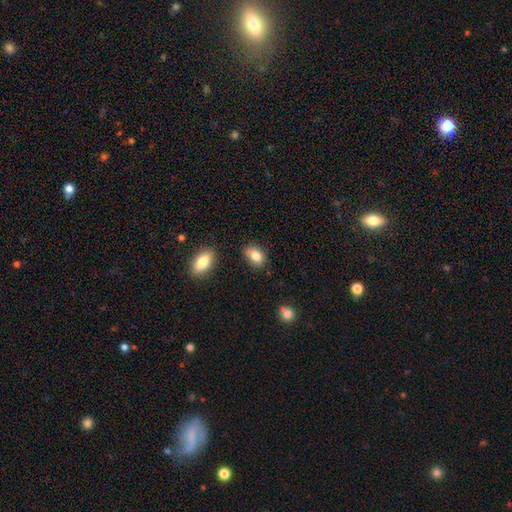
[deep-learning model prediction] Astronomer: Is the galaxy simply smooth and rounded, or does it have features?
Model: smooth — 84%.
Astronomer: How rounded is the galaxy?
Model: in between — 81%.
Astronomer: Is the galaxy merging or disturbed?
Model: none — 74%.